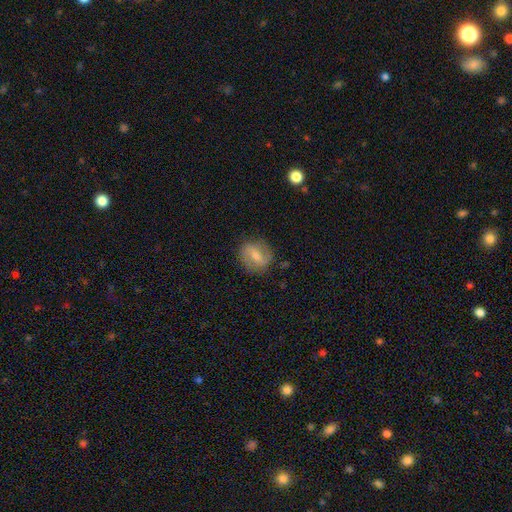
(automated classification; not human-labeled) Smooth or featured?
  - featured or disk: 49% *
  - smooth: 44%
  - star or artifact: 7%
Merging?
  - none: 81% *
  - minor disturbance: 13%
  - major disturbance: 5%
  - merger: 1%